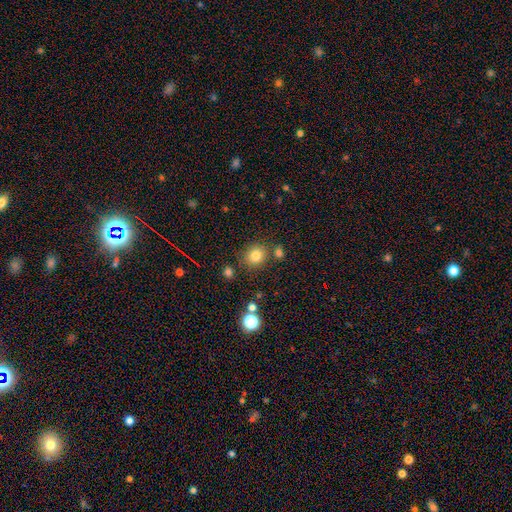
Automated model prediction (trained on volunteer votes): smooth 80%, star or artifact 14%, featured or disk 7%. Down the decision tree: how rounded — round (78%); merging — none (78%).